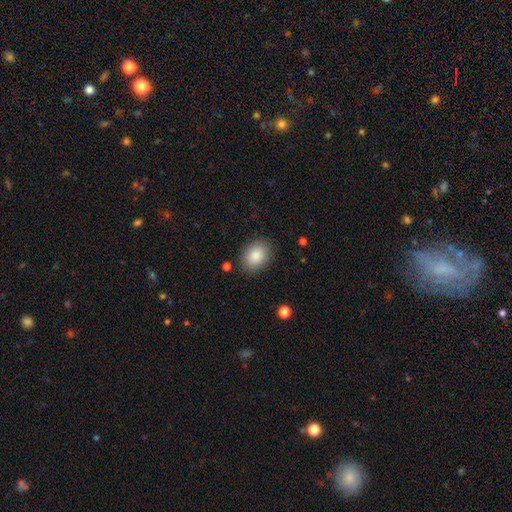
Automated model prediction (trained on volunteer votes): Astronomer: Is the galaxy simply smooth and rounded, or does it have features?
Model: smooth — 87%.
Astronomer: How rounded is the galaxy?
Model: in between — 64%.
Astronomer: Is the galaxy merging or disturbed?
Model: none — 84%.